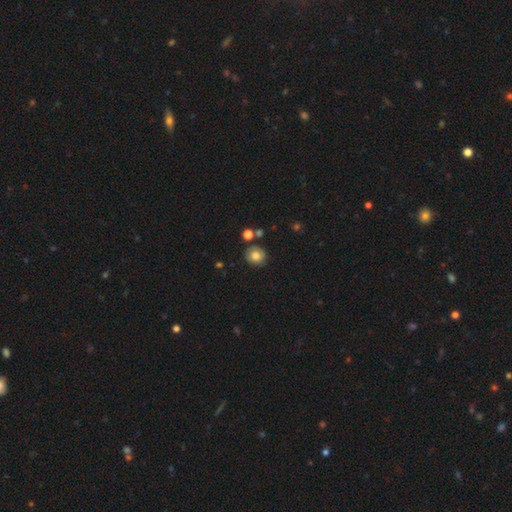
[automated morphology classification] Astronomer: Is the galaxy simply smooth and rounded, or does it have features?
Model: smooth — 78%.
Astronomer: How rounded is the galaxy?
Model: round — 87%.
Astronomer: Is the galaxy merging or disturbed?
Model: none — 82%.